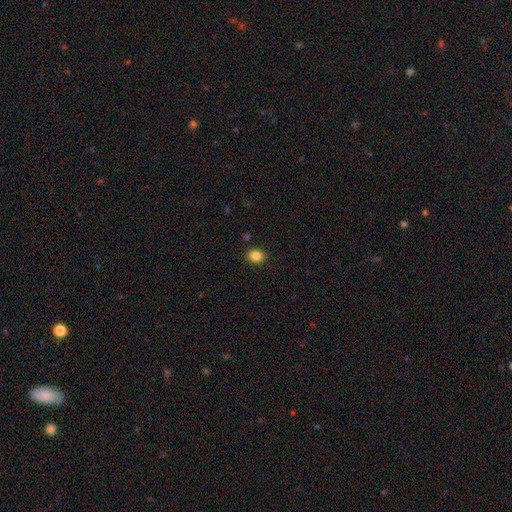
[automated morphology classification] This is clearly a smooth galaxy (85%). How rounded: likely round (62%). Merging: clearly none (88%).